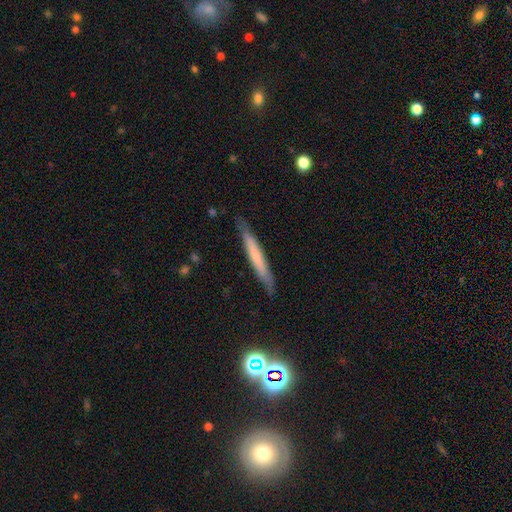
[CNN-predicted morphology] Smooth or featured? Predicted: smooth (p=0.57). How rounded? Predicted: cigar-shaped (p=0.96). Merging? Predicted: none (p=0.85).